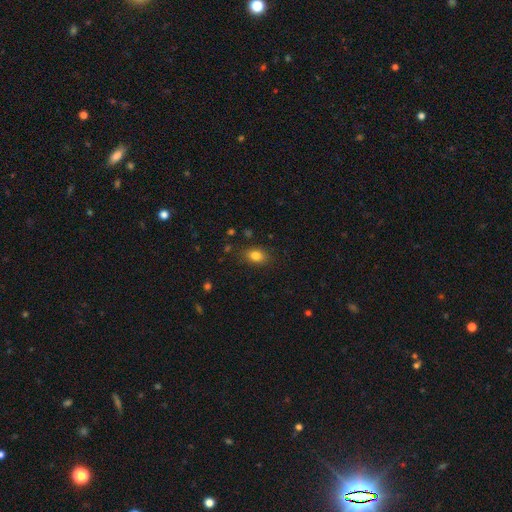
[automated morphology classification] Overall: smooth (82%). How rounded: in between (76%). Merging: none (84%).